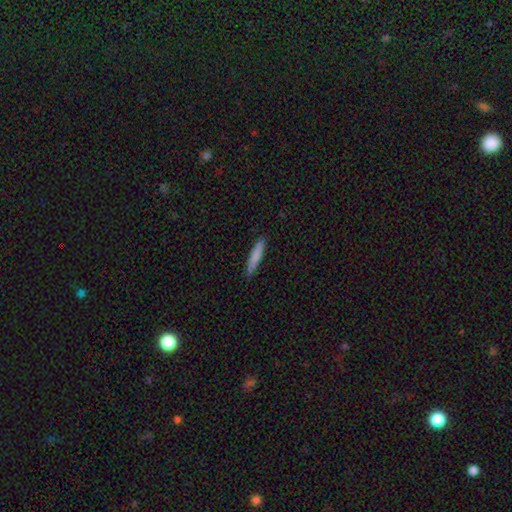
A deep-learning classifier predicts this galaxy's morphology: smooth_or_featured: smooth (p=0.81) [alt: featured or disk p=0.14]
how_rounded: cigar-shaped (p=0.92) [alt: in between p=0.06]
merging: none (p=0.89) [alt: minor disturbance p=0.08]